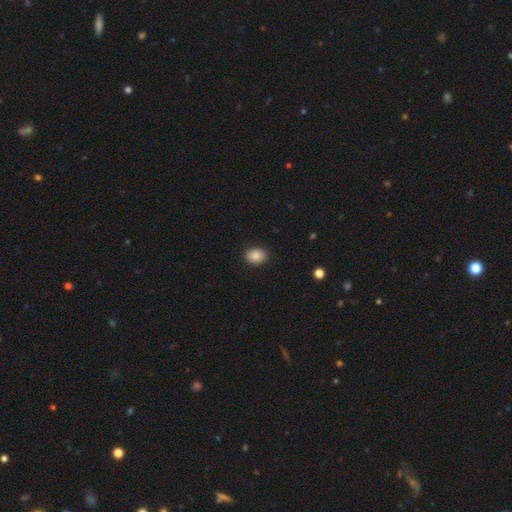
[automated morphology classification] Smooth or featured: smooth — 88% (star or artifact — 8%)
How rounded: in between — 57% (round — 42%)
Merging: none — 90% (minor disturbance — 7%)